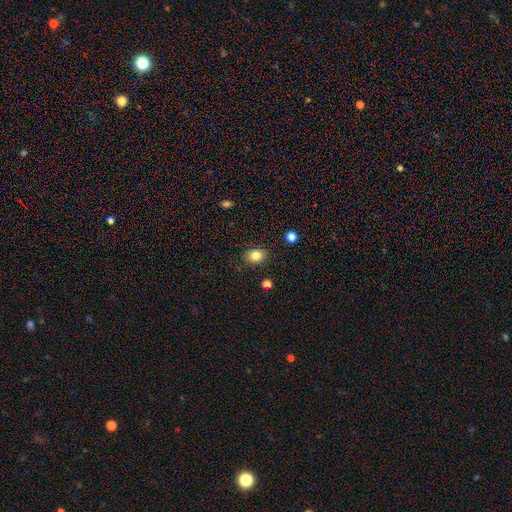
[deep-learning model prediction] Morphology: type=smooth (83%); roundness=in between (58%); merging=none (87%).